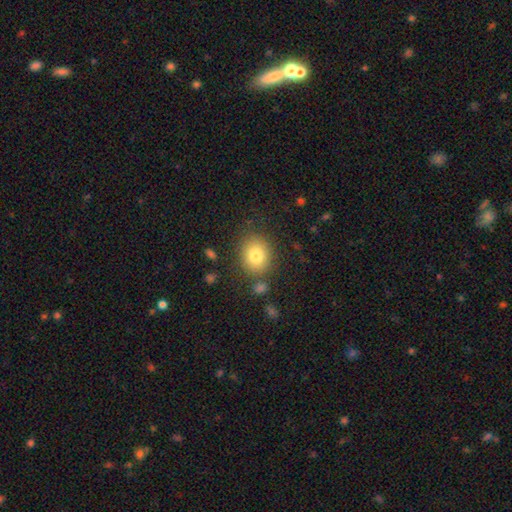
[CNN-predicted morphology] Q: Smooth or featured?
A: smooth (80%); runner-up: star or artifact (10%)
Q: How rounded?
A: round (64%); runner-up: in between (35%)
Q: Merging?
A: none (80%); runner-up: minor disturbance (11%)